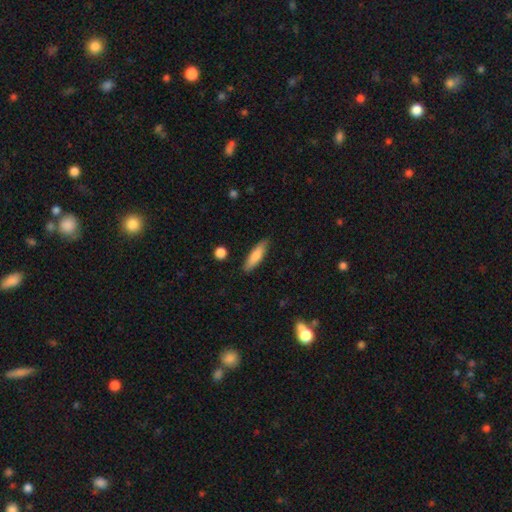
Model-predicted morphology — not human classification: A smooth galaxy with no disk features (79%) that is cigar-shaped (68%). Merging: none (86%).